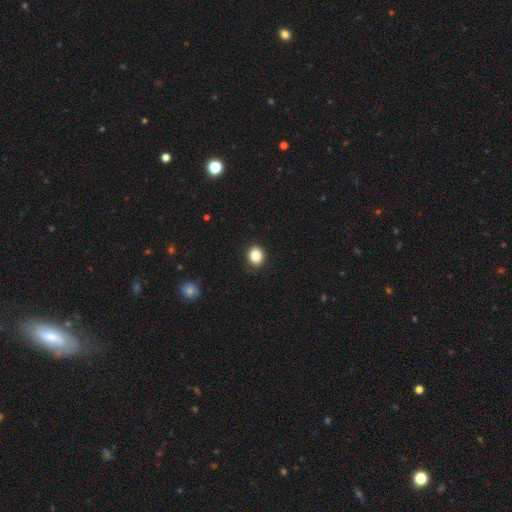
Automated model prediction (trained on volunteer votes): Smooth or featured? Predicted: smooth (p=0.85). How rounded? Predicted: round (p=0.71). Merging? Predicted: none (p=0.88).